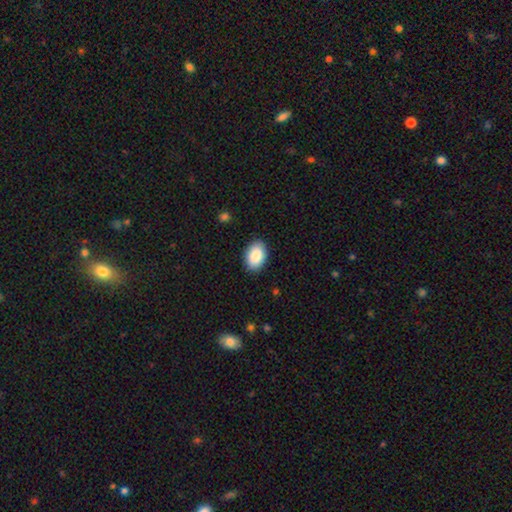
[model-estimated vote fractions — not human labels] smooth_or_featured: smooth (p=0.88) [alt: star or artifact p=0.06]
how_rounded: in between (p=0.90) [alt: round p=0.09]
merging: none (p=0.88) [alt: minor disturbance p=0.09]